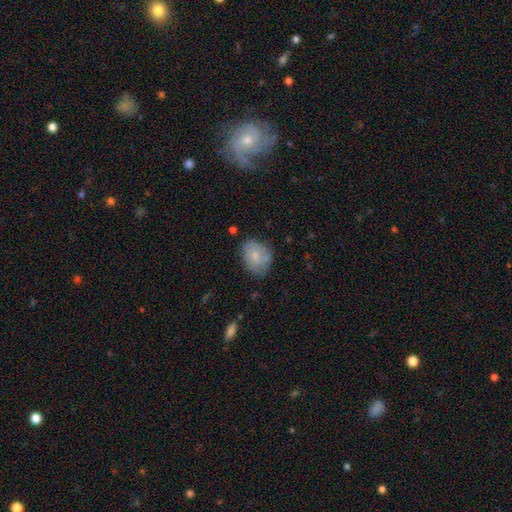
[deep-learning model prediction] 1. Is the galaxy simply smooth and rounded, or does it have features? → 68% smooth, 25% featured or disk, 7% star or artifact.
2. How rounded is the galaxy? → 60% in between, 39% round, 1% cigar-shaped.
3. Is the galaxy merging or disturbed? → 61% none, 28% minor disturbance, 7% major disturbance, 3% merger.